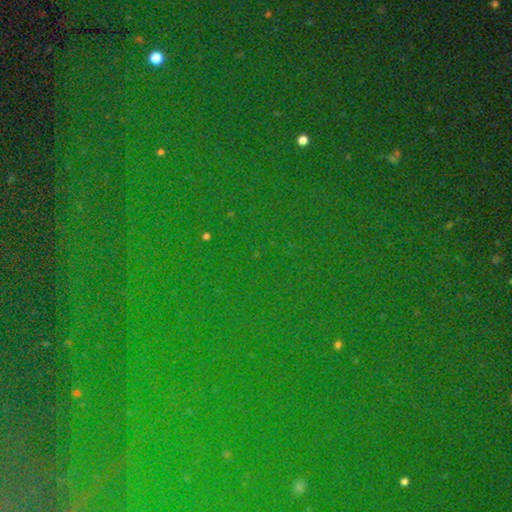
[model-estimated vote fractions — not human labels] star or artifact 81%, smooth 11%, featured or disk 8%.